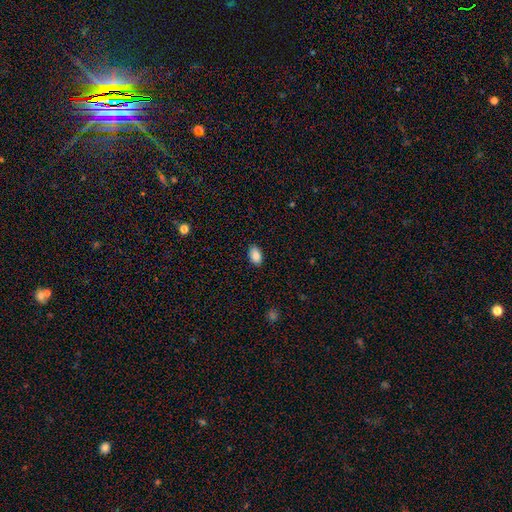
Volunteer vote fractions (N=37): This is clearly a smooth galaxy (97%). How rounded: clearly in between (89%). Merging: clearly none (83%).